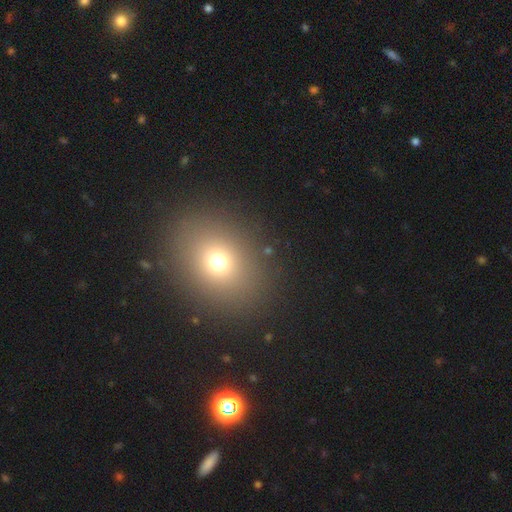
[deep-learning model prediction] smooth 67%, star or artifact 24%, featured or disk 9%. Down the decision tree: how rounded — round (53%); merging — none (91%).